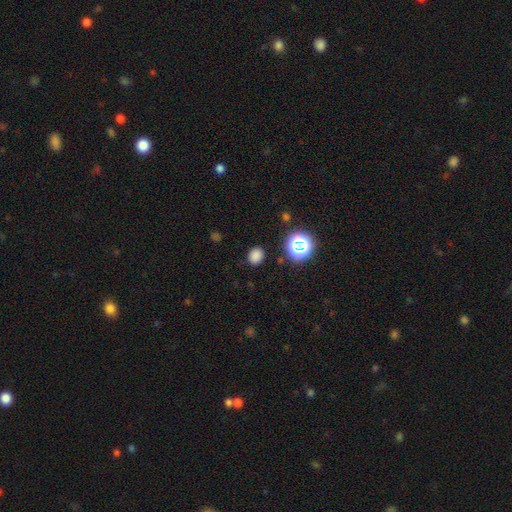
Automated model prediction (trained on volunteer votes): Smooth or featured?
  - smooth: 78% *
  - star or artifact: 17%
  - featured or disk: 4%
How rounded?
  - round: 57% *
  - in between: 42%
  - cigar-shaped: 1%
Merging?
  - none: 87% *
  - minor disturbance: 9%
  - major disturbance: 3%
  - merger: 2%